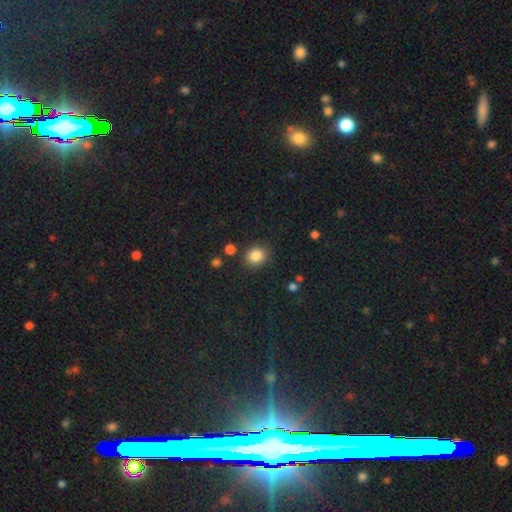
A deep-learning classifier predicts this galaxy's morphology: Q: Smooth or featured?
A: smooth (85%); runner-up: star or artifact (11%)
Q: How rounded?
A: round (72%); runner-up: in between (27%)
Q: Merging?
A: none (82%); runner-up: minor disturbance (11%)